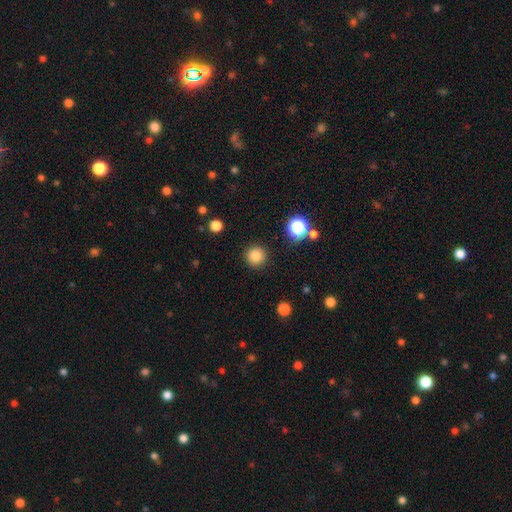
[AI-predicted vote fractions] Q: Smooth or featured?
A: smooth (84%); runner-up: star or artifact (12%)
Q: How rounded?
A: round (95%); runner-up: in between (4%)
Q: Merging?
A: none (91%); runner-up: minor disturbance (5%)